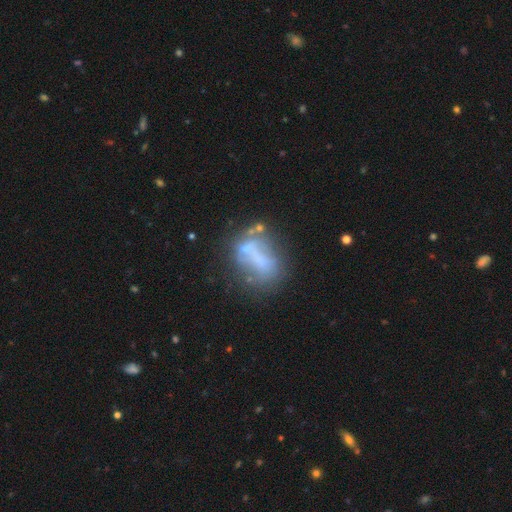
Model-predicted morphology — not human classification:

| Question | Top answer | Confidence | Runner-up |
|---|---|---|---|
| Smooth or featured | featured or disk | 49% | smooth (37%) |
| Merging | none | 38% | major disturbance (21%) |